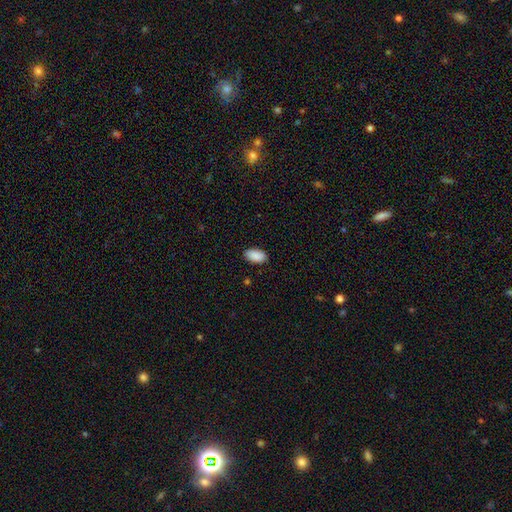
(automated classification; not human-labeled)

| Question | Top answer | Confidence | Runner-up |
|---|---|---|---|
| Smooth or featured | smooth | 91% | star or artifact (7%) |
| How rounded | in between | 95% | round (3%) |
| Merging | none | 87% | minor disturbance (10%) |